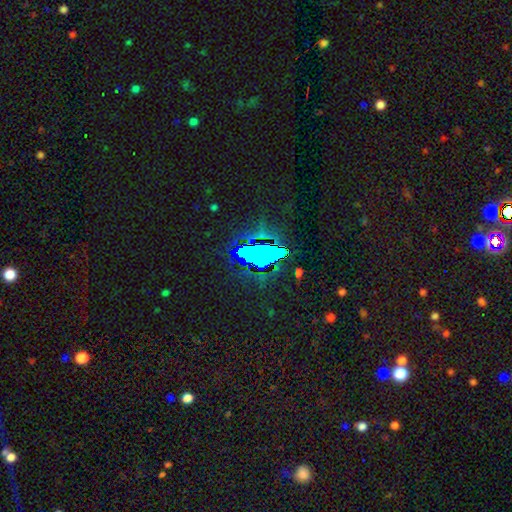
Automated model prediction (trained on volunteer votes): Smooth or featured?
  - star or artifact: 66% *
  - smooth: 22%
  - featured or disk: 12%